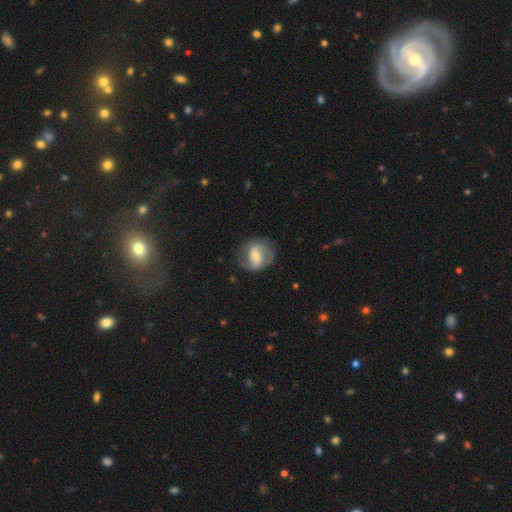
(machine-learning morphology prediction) This appears to be a featured or disk galaxy (71%) with a weak bar (46%), 2 (84%) medium (45%) spiral arms (87%) and a moderate central bulge (51%). Merging: none (73%).